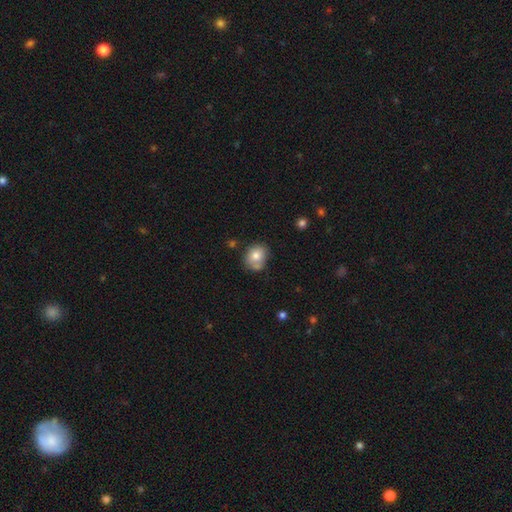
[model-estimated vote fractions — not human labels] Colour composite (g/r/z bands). It shows a smooth galaxy with no disk features (77%) that is round (59%). Merging: none (60%).